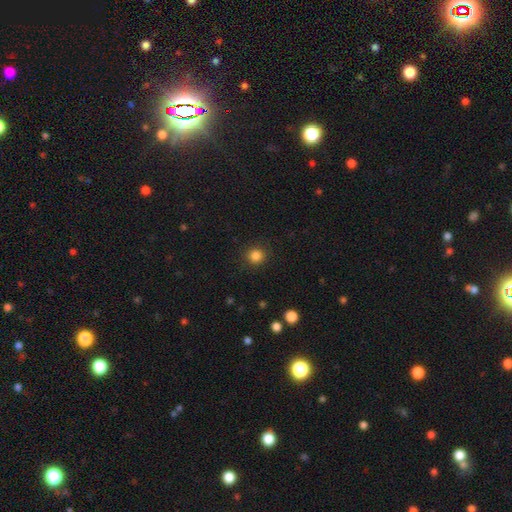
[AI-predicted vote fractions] smooth-or-featured: smooth: 84% | star or artifact: 12% | featured or disk: 4%
  how-rounded: round: 92% | in between: 7% | cigar-shaped: 1%
  merging: none: 90% | minor disturbance: 6% | major disturbance: 2% | merger: 1%